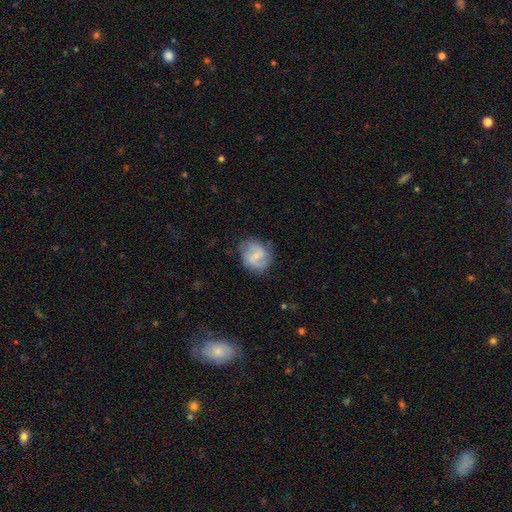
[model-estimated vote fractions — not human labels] Smooth or featured?
  - featured or disk: 54% *
  - smooth: 38%
  - star or artifact: 7%
Edge-on disk?
  - no: 98% *
  - yes: 2%
Bar?
  - weak: 53% *
  - no: 29%
  - strong: 18%
Spiral arms?
  - yes: 84% *
  - no: 16%
Bulge size?
  - small: 53% *
  - none: 22%
  - moderate: 22%
  - large: 2%
  - dominant: 1%
Merging?
  - none: 68% *
  - minor disturbance: 22%
  - major disturbance: 8%
  - merger: 2%